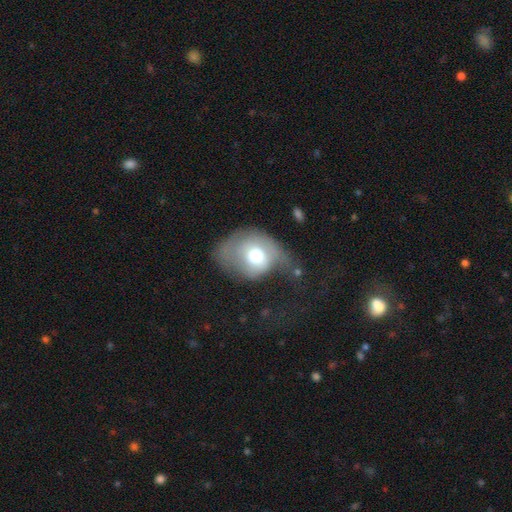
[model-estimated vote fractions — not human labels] This appears to be a smooth galaxy with no disk features (60%) that is round (60%). Merging: major disturbance (45%).